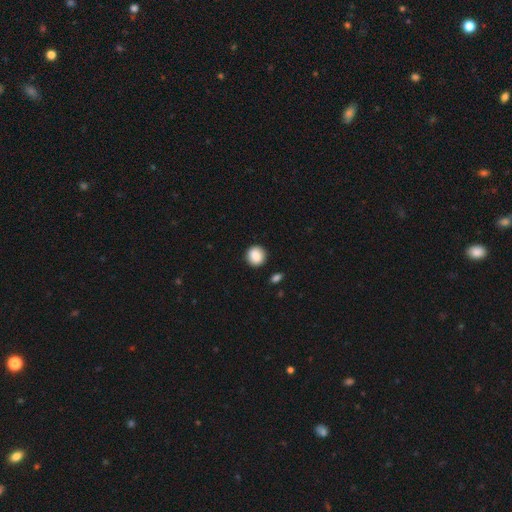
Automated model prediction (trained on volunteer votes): Smooth or featured?
  - smooth: 88% *
  - star or artifact: 8%
  - featured or disk: 4%
How rounded?
  - round: 90% *
  - in between: 9%
  - cigar-shaped: 1%
Merging?
  - none: 90% *
  - minor disturbance: 7%
  - major disturbance: 2%
  - merger: 2%